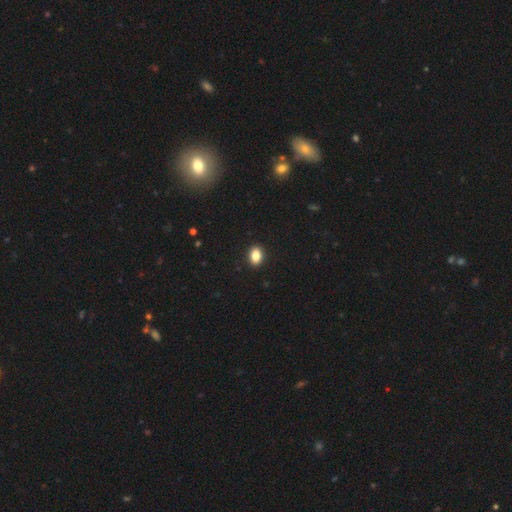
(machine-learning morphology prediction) Overall: smooth (86%). How rounded: in between (80%). Merging: none (91%).